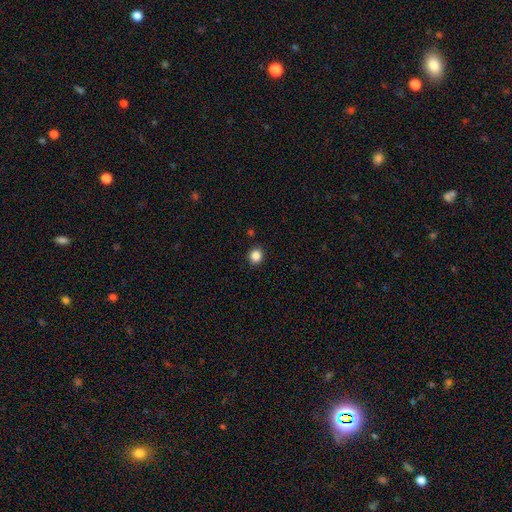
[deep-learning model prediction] smooth_or_featured: smooth (p=0.85) [alt: star or artifact p=0.11]
how_rounded: round (p=0.85) [alt: in between p=0.14]
merging: none (p=0.91) [alt: minor disturbance p=0.06]